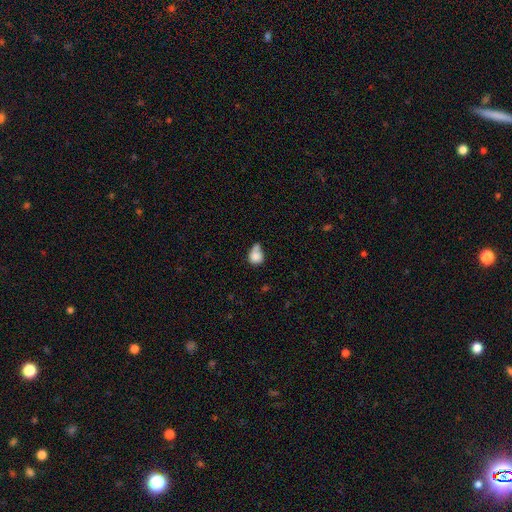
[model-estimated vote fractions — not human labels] Smooth or featured?
  - smooth: 81% *
  - featured or disk: 10%
  - star or artifact: 9%
How rounded?
  - round: 65% *
  - in between: 34%
  - cigar-shaped: 2%
Merging?
  - none: 31% *
  - merger: 28%
  - minor disturbance: 27%
  - major disturbance: 15%